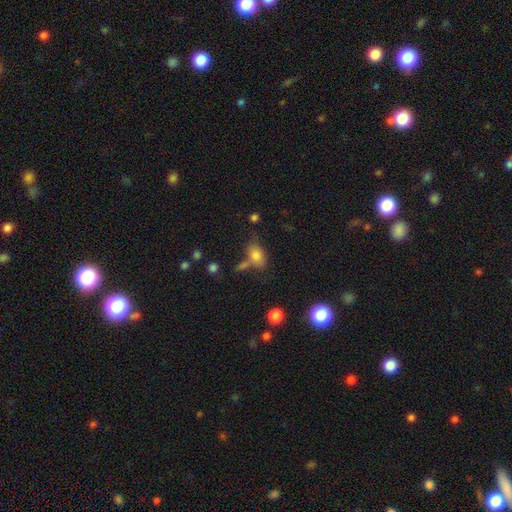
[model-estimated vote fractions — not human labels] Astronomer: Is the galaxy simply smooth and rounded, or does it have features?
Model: smooth — 79%.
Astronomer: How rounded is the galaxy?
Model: in between — 82%.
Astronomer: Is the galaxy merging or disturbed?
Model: none — 53%.